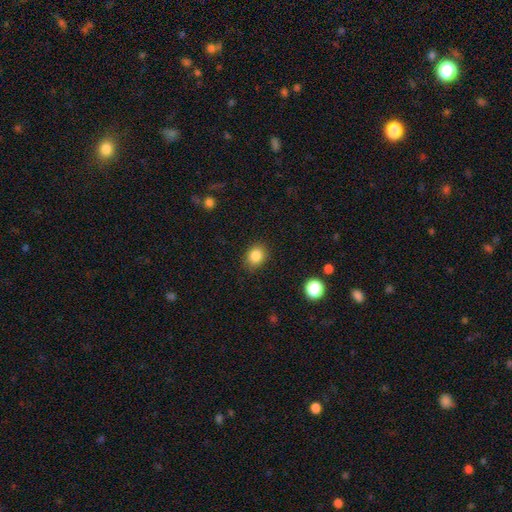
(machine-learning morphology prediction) Smooth or featured?
  - smooth: 85% *
  - star or artifact: 10%
  - featured or disk: 5%
How rounded?
  - round: 55% *
  - in between: 44%
  - cigar-shaped: 1%
Merging?
  - none: 86% *
  - minor disturbance: 10%
  - major disturbance: 3%
  - merger: 1%